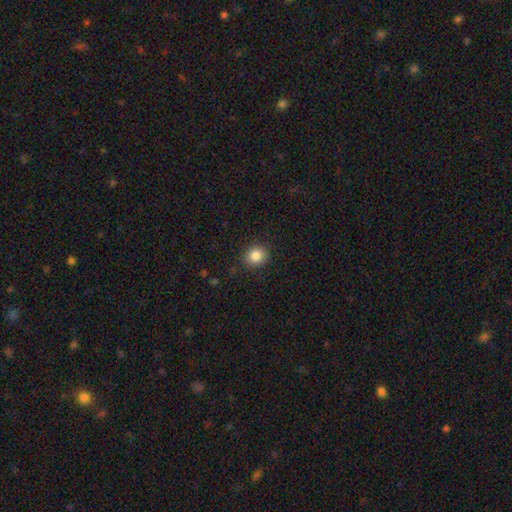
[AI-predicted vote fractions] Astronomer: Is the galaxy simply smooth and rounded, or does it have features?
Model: smooth — 85%.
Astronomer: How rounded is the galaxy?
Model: round — 76%.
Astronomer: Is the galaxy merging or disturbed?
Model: none — 88%.